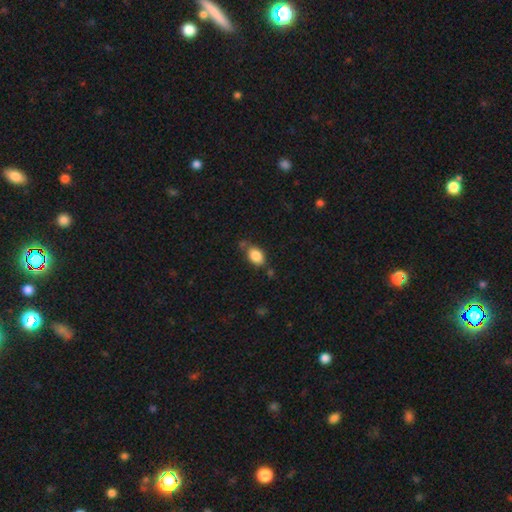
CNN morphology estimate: This is clearly a smooth galaxy (86%). How rounded: clearly in between (87%). Merging: likely none (66%).